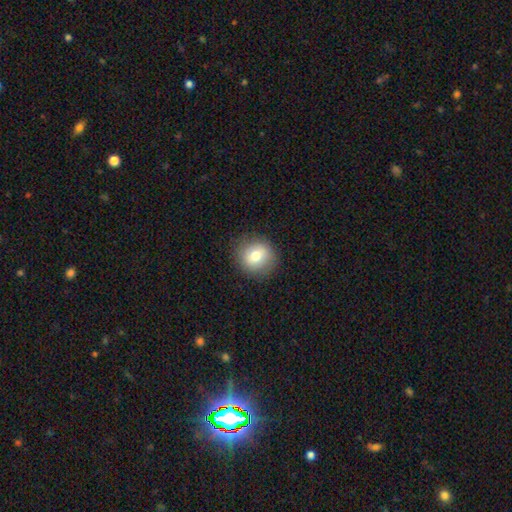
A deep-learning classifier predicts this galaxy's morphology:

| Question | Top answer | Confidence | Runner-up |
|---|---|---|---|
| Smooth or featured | smooth | 75% | featured or disk (15%) |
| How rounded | round | 87% | in between (12%) |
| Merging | none | 87% | minor disturbance (9%) |